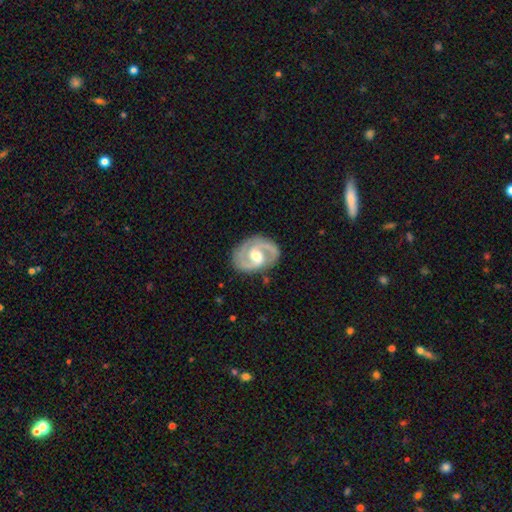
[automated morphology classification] featured or disk 88%, smooth 8%, star or artifact 4%. Down the decision tree: edge-on disk — no (97%); bar — weak (47%); spiral arms — yes (95%); spiral arm count — 2 (89%); spiral winding — medium (50%); bulge size — moderate (74%); merging — none (81%).